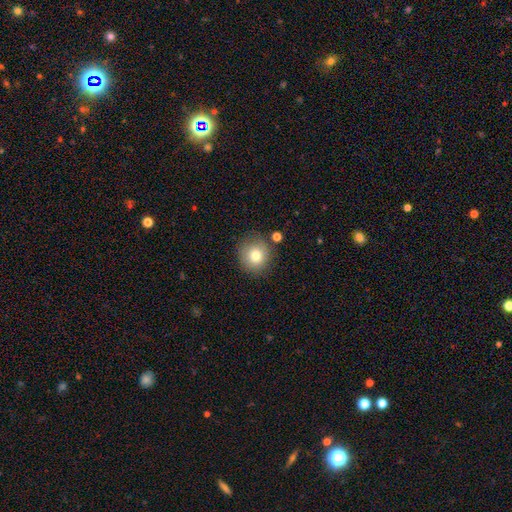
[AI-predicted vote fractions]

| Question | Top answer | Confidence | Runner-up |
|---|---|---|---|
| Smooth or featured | smooth | 78% | featured or disk (11%) |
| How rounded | round | 88% | in between (11%) |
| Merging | none | 81% | minor disturbance (11%) |